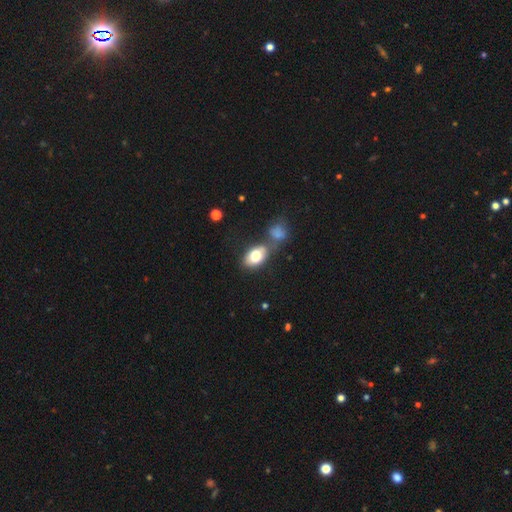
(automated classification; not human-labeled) smooth_or_featured: smooth (p=0.77) [alt: featured or disk p=0.16]
how_rounded: in between (p=0.87) [alt: round p=0.11]
merging: none (p=0.45) [alt: merger p=0.34]